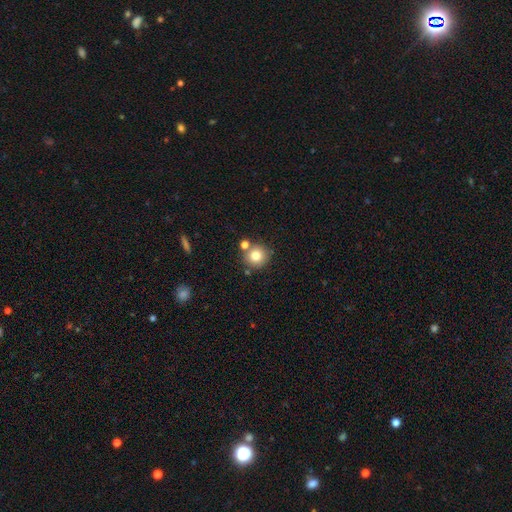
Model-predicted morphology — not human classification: Smooth or featured?
  - smooth: 80% *
  - star or artifact: 11%
  - featured or disk: 10%
How rounded?
  - round: 92% *
  - in between: 7%
  - cigar-shaped: 1%
Merging?
  - none: 72% *
  - merger: 17%
  - minor disturbance: 9%
  - major disturbance: 3%